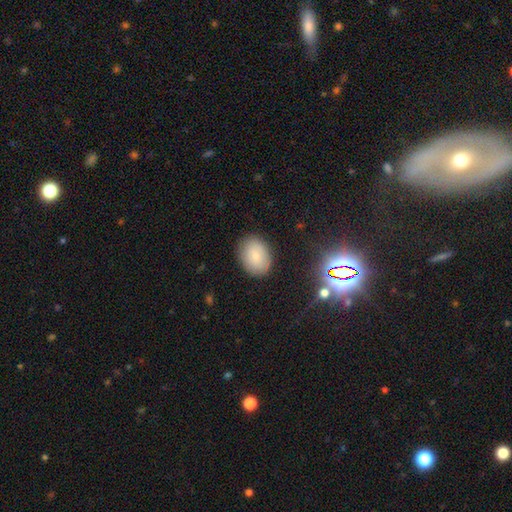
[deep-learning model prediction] Smooth or featured? Predicted: smooth (p=0.80). How rounded? Predicted: in between (p=0.69). Merging? Predicted: none (p=0.86).